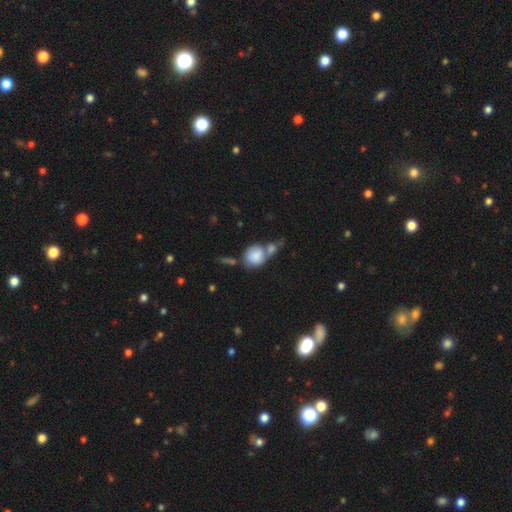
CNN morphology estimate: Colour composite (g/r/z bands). It shows a smooth galaxy with no disk features (82%) that is round (60%). Merging: merger (51%).